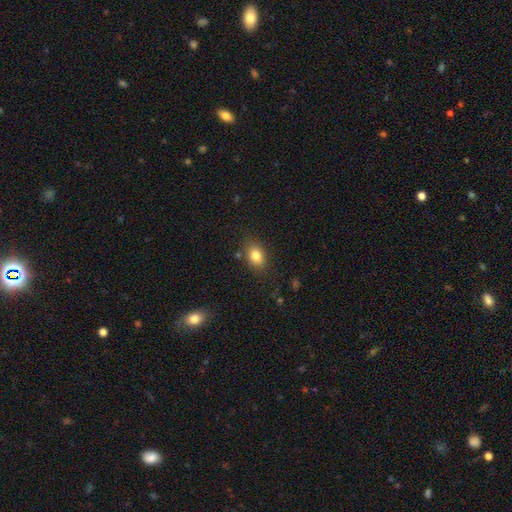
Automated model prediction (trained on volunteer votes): This is clearly a smooth galaxy (81%). How rounded: likely in between (79%). Merging: clearly none (81%).